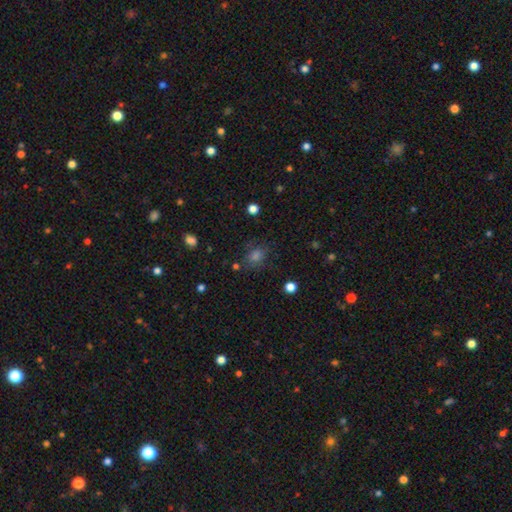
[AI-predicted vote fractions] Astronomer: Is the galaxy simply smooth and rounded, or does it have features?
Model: smooth — 62%.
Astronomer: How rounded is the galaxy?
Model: round — 60% (runner-up: in between, 39%).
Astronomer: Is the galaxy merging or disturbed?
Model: none — 75%.